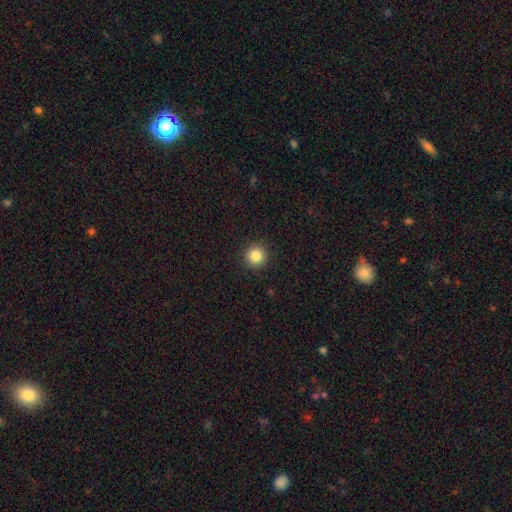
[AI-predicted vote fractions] Smooth or featured? smooth (85%)
How rounded? round (95%)
Merging? none (92%)